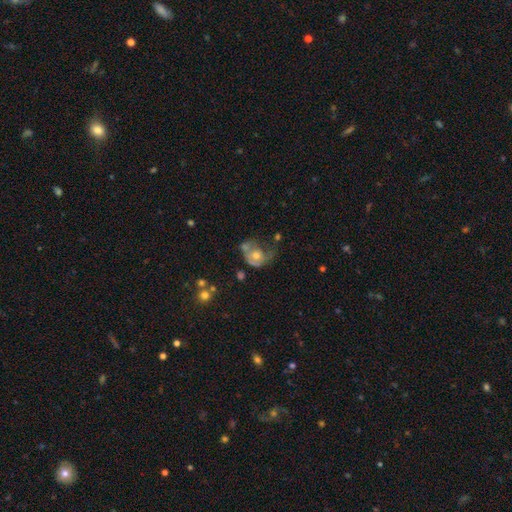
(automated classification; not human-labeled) A featured or disk galaxy (53%) with no bar (85%), no spiral arms (52%) and a moderate central bulge (65%).

Vote fractions:
- Smooth or featured? featured or disk: 53% / smooth: 37% / star or artifact: 11%
- Edge-on disk? no: 96% / yes: 4%
- Bar? no: 85% / weak: 12% / strong: 3%
- Spiral arms? no: 52% / yes: 48%
- Bulge size? moderate: 65% / small: 21% / large: 9% / none: 3% / dominant: 2%
- Merging? major disturbance: 37% / none: 27% / minor disturbance: 22% / merger: 13%